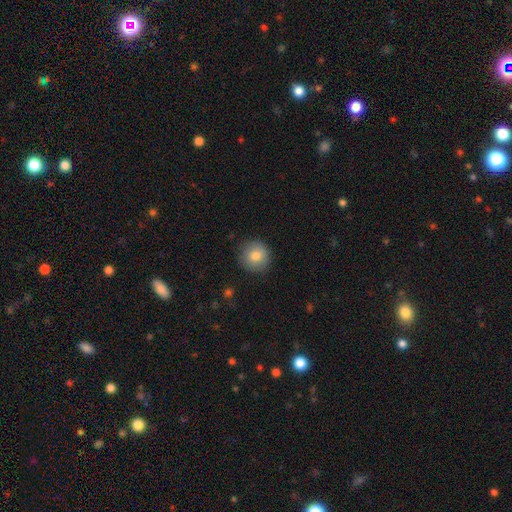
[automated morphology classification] This appears to be a smooth galaxy with no disk features (81%) that is round (93%). Merging: none (88%).